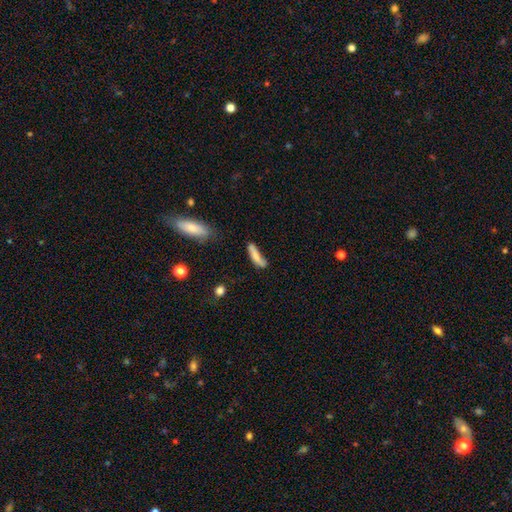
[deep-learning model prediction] Overall: smooth (72%). How rounded: cigar-shaped (71%). Merging: none (46%; minor disturbance 30%).